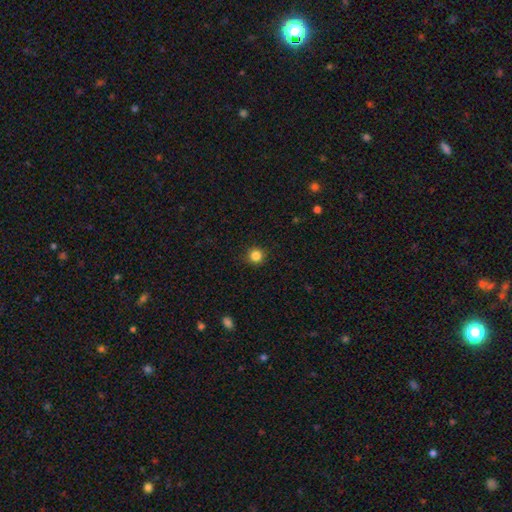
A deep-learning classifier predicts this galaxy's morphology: A smooth galaxy with no disk features (84%) that is round (94%).

Vote fractions:
- Smooth or featured? smooth: 84% / star or artifact: 12% / featured or disk: 4%
- How rounded? round: 94% / in between: 5% / cigar-shaped: 1%
- Merging? none: 90% / minor disturbance: 7% / major disturbance: 2% / merger: 1%